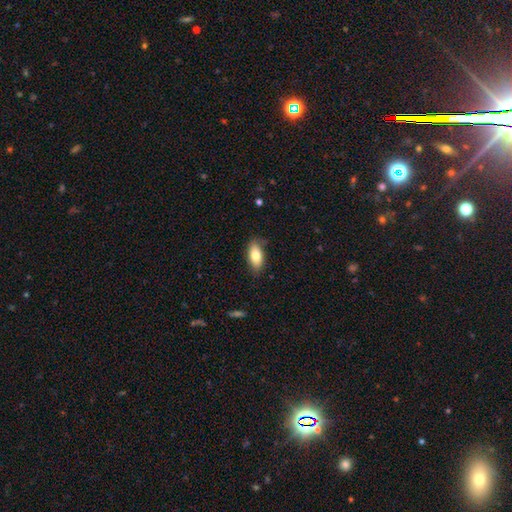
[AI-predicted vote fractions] Smooth or featured? Predicted: smooth (p=0.79). How rounded? Predicted: in between (p=0.88). Merging? Predicted: none (p=0.78).